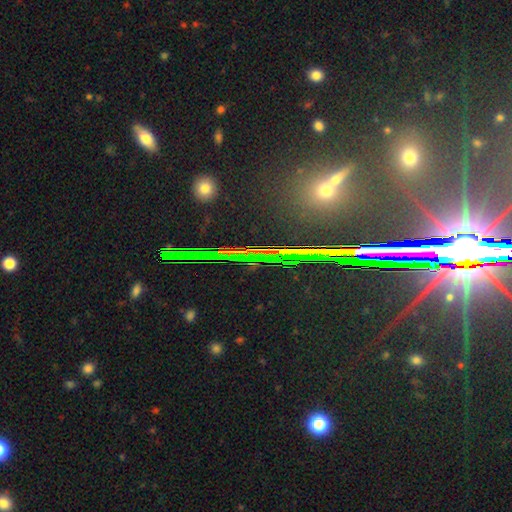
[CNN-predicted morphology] This is likely a star or artifact rather than a galaxy (78%).